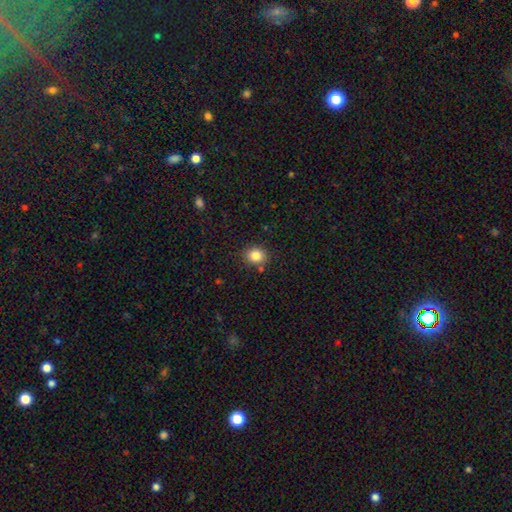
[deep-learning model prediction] This appears to be a smooth galaxy with no disk features (83%) that is round (73%). Merging: none (83%).